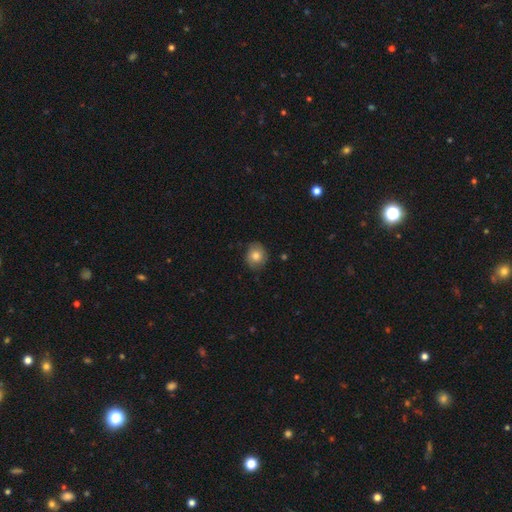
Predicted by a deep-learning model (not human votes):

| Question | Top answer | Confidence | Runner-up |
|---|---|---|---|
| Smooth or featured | smooth | 74% | featured or disk (18%) |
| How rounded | round | 77% | in between (22%) |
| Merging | none | 76% | minor disturbance (19%) |